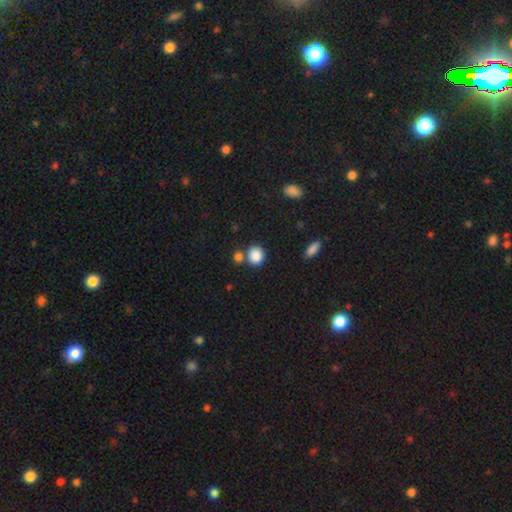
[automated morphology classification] A smooth galaxy with no disk features (86%) that is round (73%). Merging: none (64%).